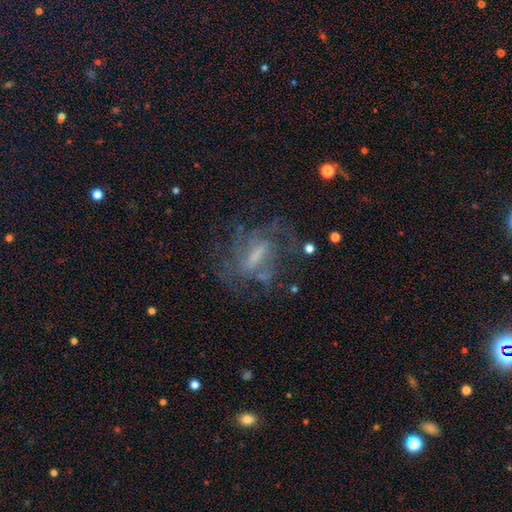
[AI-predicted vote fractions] Overall: featured or disk (71%). Edge-on disk: no (90%). Bar: weak (43%; strong 36%). Spiral arms: yes (74%). Bulge size: small (34%; moderate 30%). Merging: none (54%; major disturbance 25%).